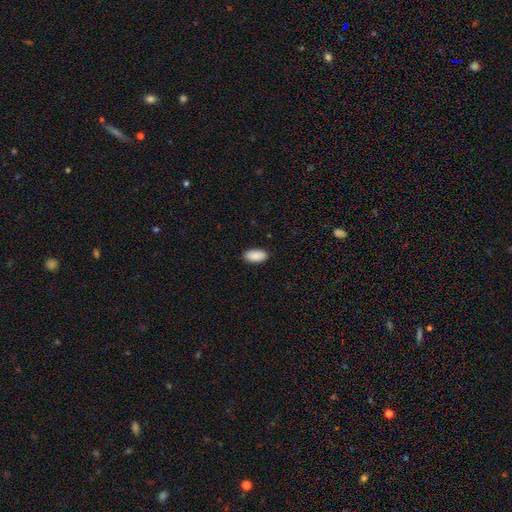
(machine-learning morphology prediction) type=smooth (91%); roundness=in between (95%); merging=none (90%).